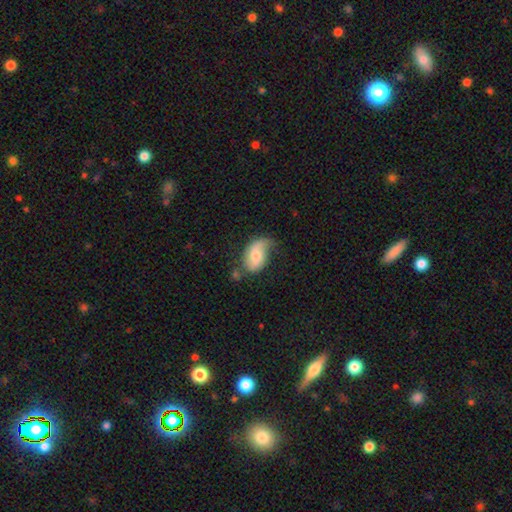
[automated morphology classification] smooth-or-featured: smooth: 51% | featured or disk: 42% | star or artifact: 7%
  how-rounded: in between: 90% | round: 8% | cigar-shaped: 2%
  merging: none: 41% | minor disturbance: 36% | major disturbance: 16% | merger: 6%